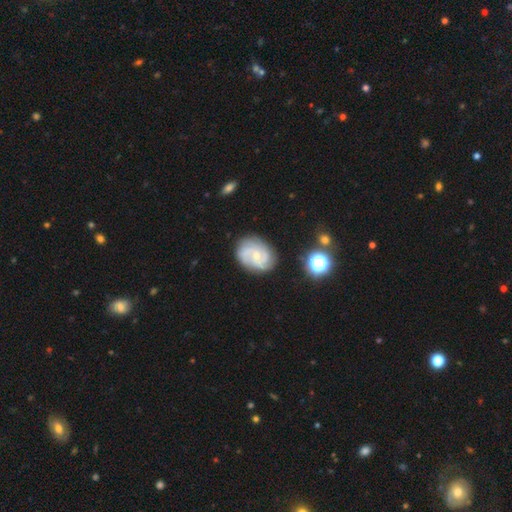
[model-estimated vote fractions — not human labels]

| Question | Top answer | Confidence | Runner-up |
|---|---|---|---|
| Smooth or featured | featured or disk | 80% | smooth (13%) |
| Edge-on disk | no | 98% | yes (2%) |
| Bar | no | 64% | weak (31%) |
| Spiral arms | yes | 96% | no (4%) |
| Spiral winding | tight | 46% | medium (42%) |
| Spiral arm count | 3 | 37% | 2 (28%) |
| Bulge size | small | 64% | moderate (33%) |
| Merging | none | 78% | minor disturbance (16%) |